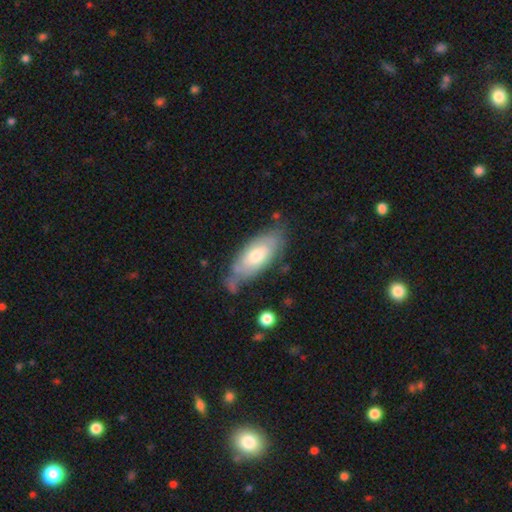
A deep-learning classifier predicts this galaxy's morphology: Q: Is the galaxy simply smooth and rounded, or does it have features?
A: featured or disk — 50%.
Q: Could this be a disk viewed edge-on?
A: no — 83%.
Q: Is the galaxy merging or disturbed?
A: none — 55%.